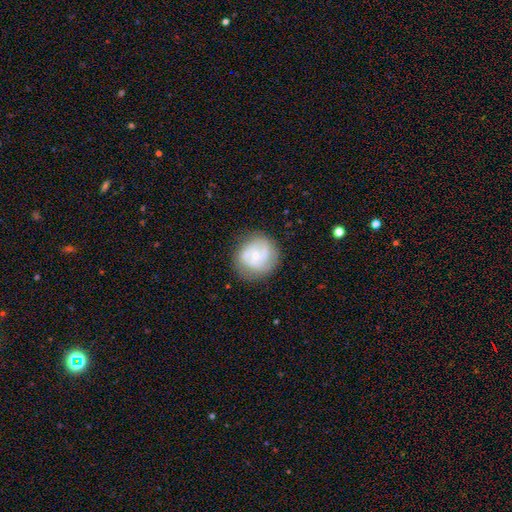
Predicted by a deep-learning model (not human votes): smooth-or-featured: featured or disk: 67% | smooth: 27% | star or artifact: 7%
  disk-edge-on: no: 98% | yes: 2%
    bar: no: 61% | weak: 33% | strong: 6%
    has-spiral-arms: yes: 86% | no: 14%
      spiral-winding: tight: 44% | medium: 41% | loose: 15%
      spiral-arm-count: 2: 47% | can't tell: 22% | 3: 19% | 1: 5% | 4: 3% | more than 4: 3%
    bulge-size: small: 65% | moderate: 29% | none: 3% | large: 2% | dominant: 1%
  merging: none: 76% | minor disturbance: 16% | major disturbance: 6% | merger: 2%